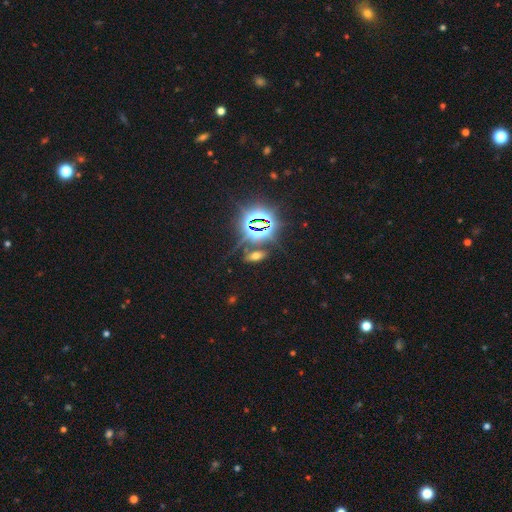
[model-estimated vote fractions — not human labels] Smooth or featured? star or artifact (44%)